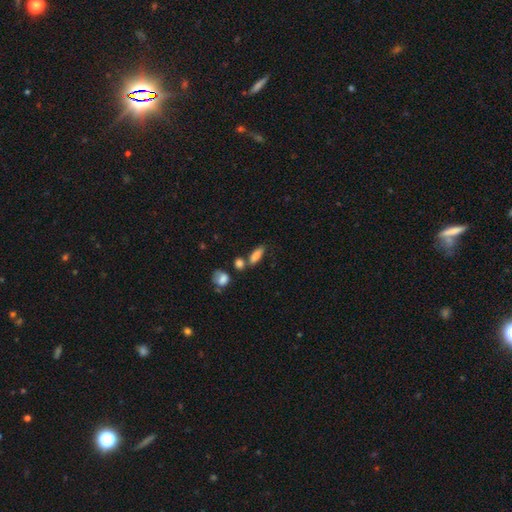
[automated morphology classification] smooth_or_featured: smooth (p=0.83) [alt: featured or disk p=0.08]
how_rounded: in between (p=0.62) [alt: cigar-shaped p=0.33]
merging: none (p=0.59) [alt: merger p=0.19]